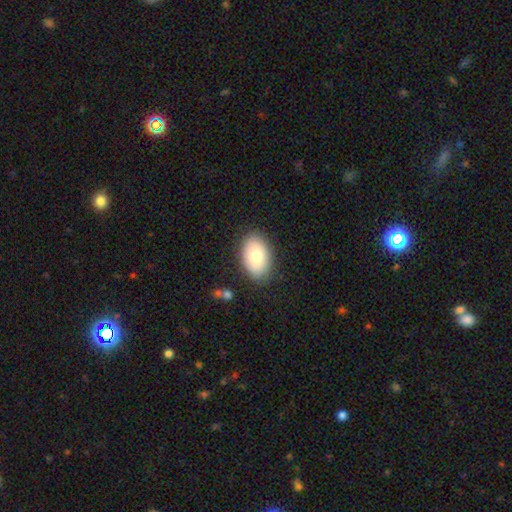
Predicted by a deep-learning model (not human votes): Smooth or featured? smooth (80%)
How rounded? in between (91%)
Merging? none (84%)